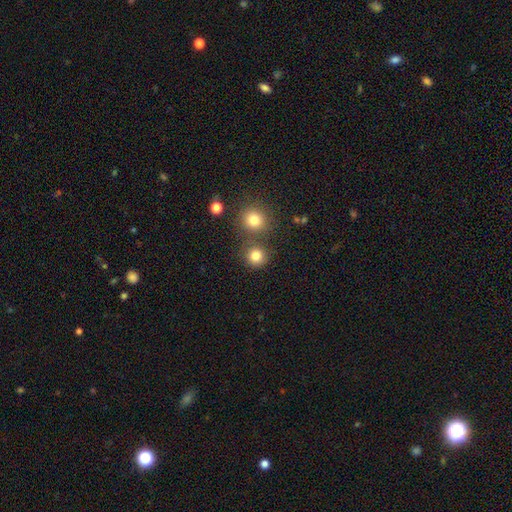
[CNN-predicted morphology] Overall: smooth (81%). How rounded: round (92%). Merging: none (77%).